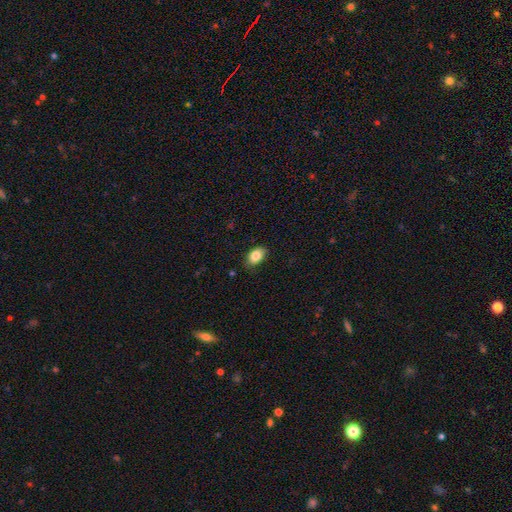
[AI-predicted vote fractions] Q: Smooth or featured?
A: smooth (86%); runner-up: star or artifact (8%)
Q: How rounded?
A: in between (87%); runner-up: round (11%)
Q: Merging?
A: none (81%); runner-up: minor disturbance (15%)